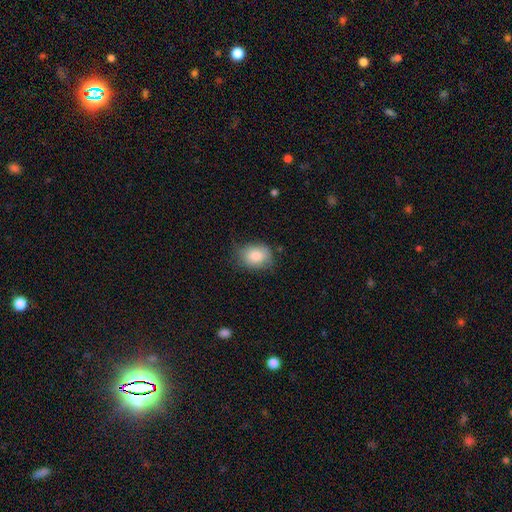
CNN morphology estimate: smooth_or_featured: smooth (p=0.81) [alt: featured or disk p=0.10]
how_rounded: in between (p=0.55) [alt: round p=0.44]
merging: none (p=0.69) [alt: minor disturbance p=0.25]